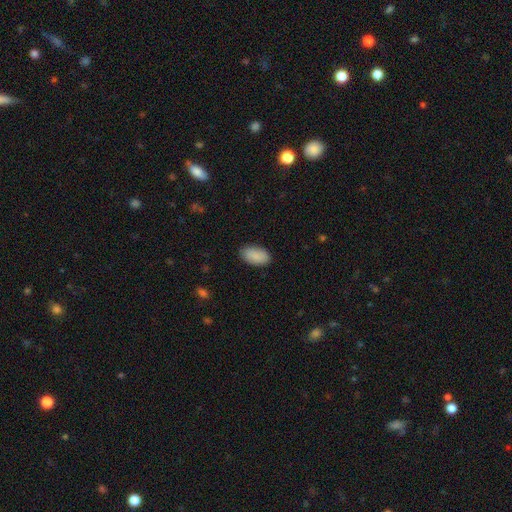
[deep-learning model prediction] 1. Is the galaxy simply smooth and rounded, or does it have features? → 90% smooth, 6% star or artifact, 4% featured or disk.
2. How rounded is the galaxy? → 95% in between, 3% round, 2% cigar-shaped.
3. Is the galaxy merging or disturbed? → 88% none, 9% minor disturbance, 2% major disturbance, 1% merger.